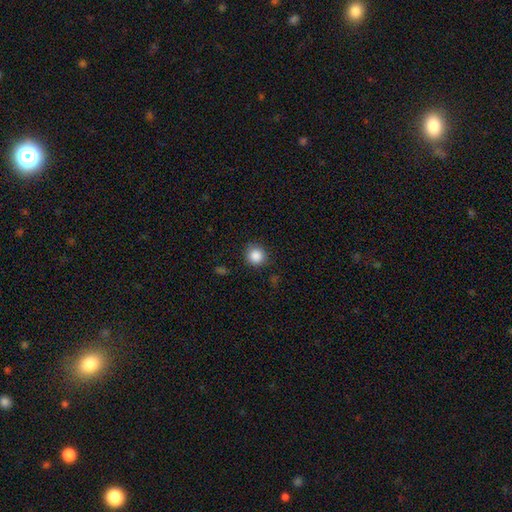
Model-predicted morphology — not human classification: Smooth or featured: smooth — 87% (star or artifact — 10%)
How rounded: round — 91% (in between — 8%)
Merging: none — 86% (minor disturbance — 9%)